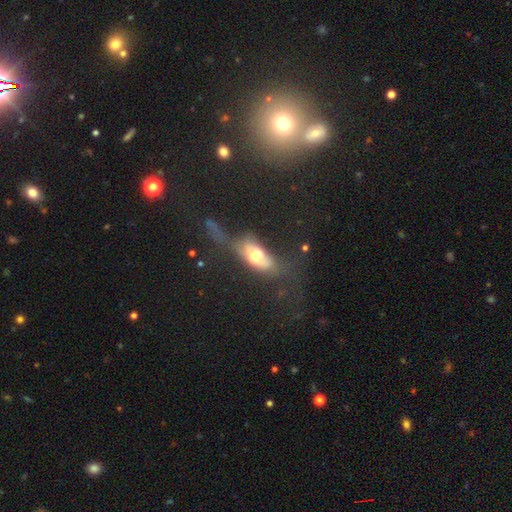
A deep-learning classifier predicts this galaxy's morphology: Q: Smooth or featured?
A: smooth (52%); runner-up: featured or disk (38%)
Q: How rounded?
A: in between (78%); runner-up: cigar-shaped (15%)
Q: Merging?
A: major disturbance (45%); runner-up: none (26%)